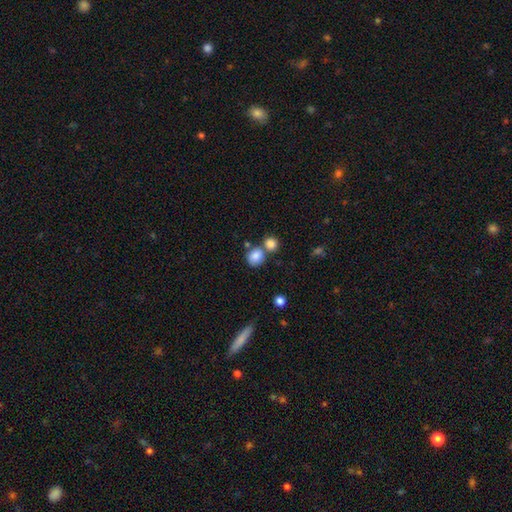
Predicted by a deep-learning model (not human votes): smooth_or_featured: smooth (p=0.84) [alt: star or artifact p=0.10]
how_rounded: round (p=0.77) [alt: in between p=0.22]
merging: none (p=0.53) [alt: merger p=0.34]